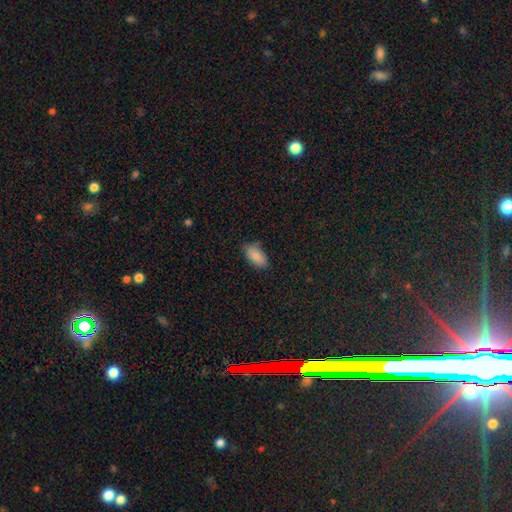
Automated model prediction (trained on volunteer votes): A smooth galaxy with no disk features (88%) that is in between round and cigar-shaped (94%). Merging: none (75%).